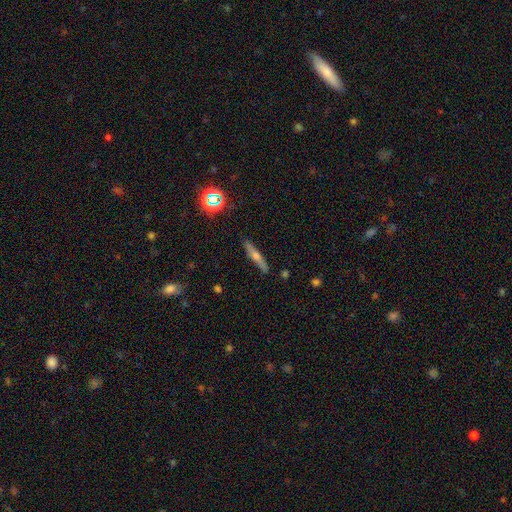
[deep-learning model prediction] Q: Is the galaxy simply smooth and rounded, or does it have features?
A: featured or disk — 57%.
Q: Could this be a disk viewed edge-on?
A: yes — 94%.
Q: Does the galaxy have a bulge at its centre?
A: rounded — 87%.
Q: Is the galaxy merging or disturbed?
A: none — 88%.